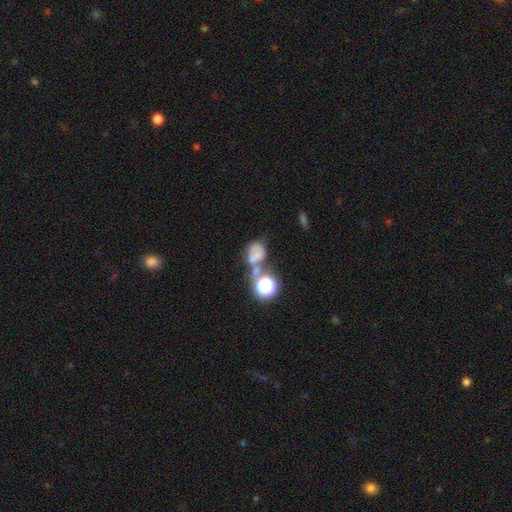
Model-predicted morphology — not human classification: A smooth galaxy with no disk features (57%) that is round (53%). Merging: merger (47%).